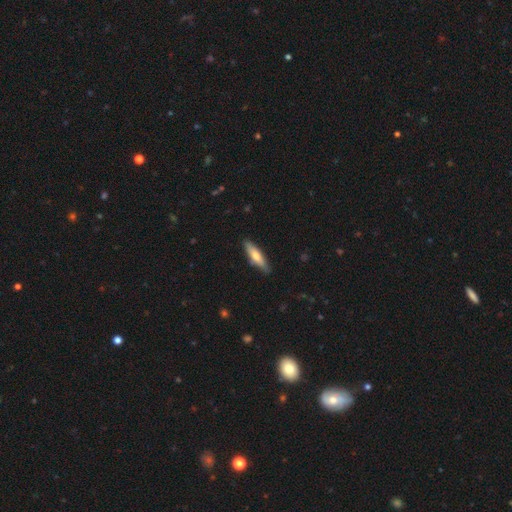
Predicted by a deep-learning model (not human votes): This appears to be a smooth galaxy with no disk features (59%) that is cigar-shaped (74%). Merging: none (87%).